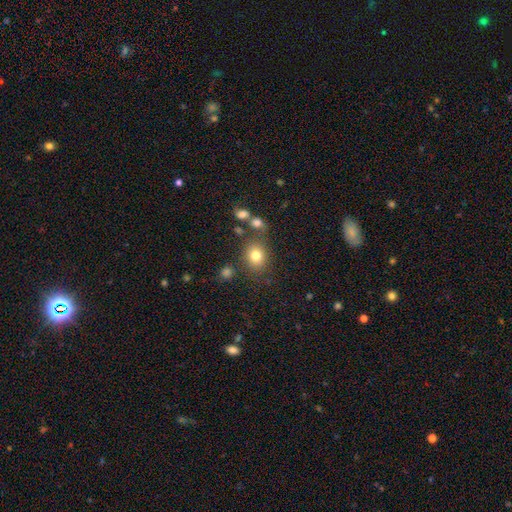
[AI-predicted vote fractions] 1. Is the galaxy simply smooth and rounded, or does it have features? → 79% smooth, 12% star or artifact, 9% featured or disk.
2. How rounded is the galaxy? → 56% round, 43% in between, 1% cigar-shaped.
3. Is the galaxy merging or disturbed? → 73% none, 12% minor disturbance, 9% merger, 5% major disturbance.